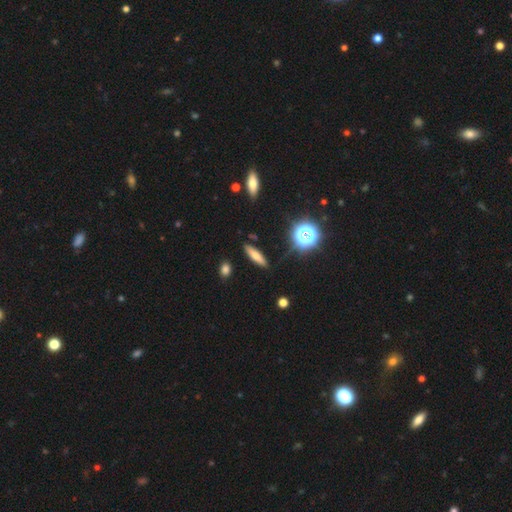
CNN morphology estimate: Smooth or featured: smooth — 65% (featured or disk — 24%)
How rounded: cigar-shaped — 66% (in between — 29%)
Merging: none — 86% (minor disturbance — 9%)